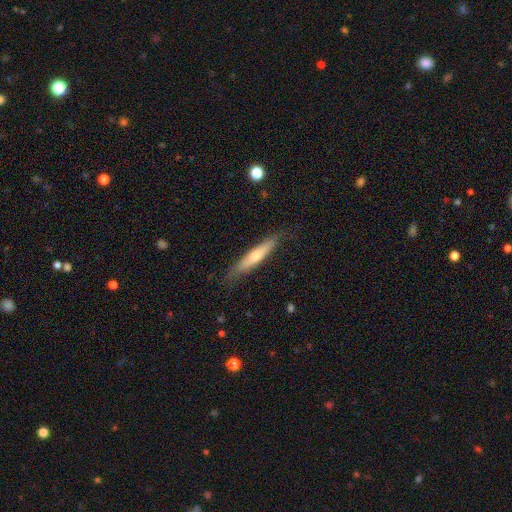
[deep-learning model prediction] A smooth galaxy with no disk features (56%) that is cigar-shaped (89%).

Vote fractions:
- Smooth or featured? smooth: 56% / featured or disk: 38% / star or artifact: 6%
- How rounded? cigar-shaped: 89% / in between: 9% / round: 1%
- Merging? none: 80% / minor disturbance: 15% / major disturbance: 3% / merger: 1%